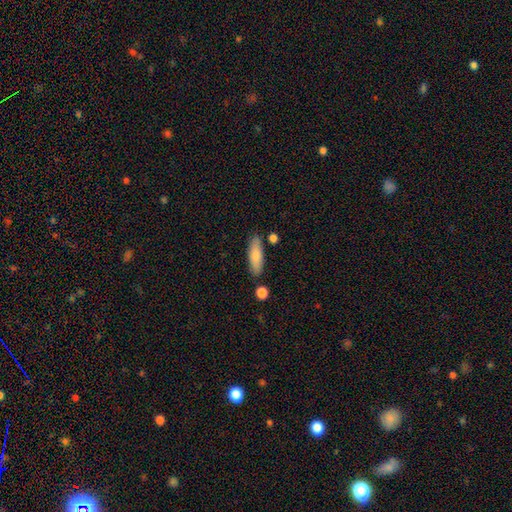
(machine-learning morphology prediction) smooth_or_featured: smooth (p=0.81) [alt: featured or disk p=0.13]
how_rounded: in between (p=0.54) [alt: cigar-shaped p=0.43]
merging: none (p=0.81) [alt: minor disturbance p=0.12]